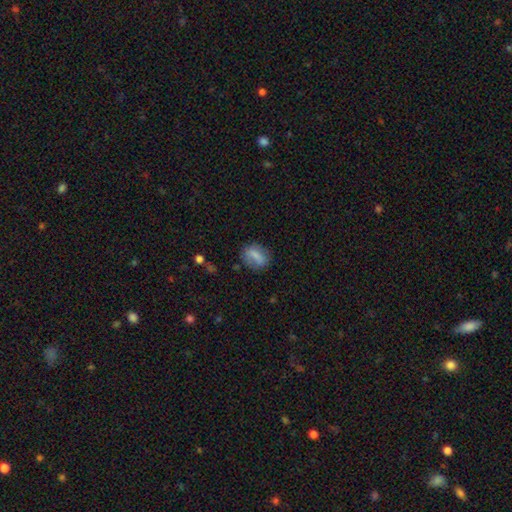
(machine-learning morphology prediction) A smooth galaxy with no disk features (73%) that is in between round and cigar-shaped (63%).

Vote fractions:
- Smooth or featured? smooth: 73% / featured or disk: 18% / star or artifact: 9%
- How rounded? in between: 63% / round: 31% / cigar-shaped: 6%
- Merging? none: 72% / minor disturbance: 19% / major disturbance: 7% / merger: 3%